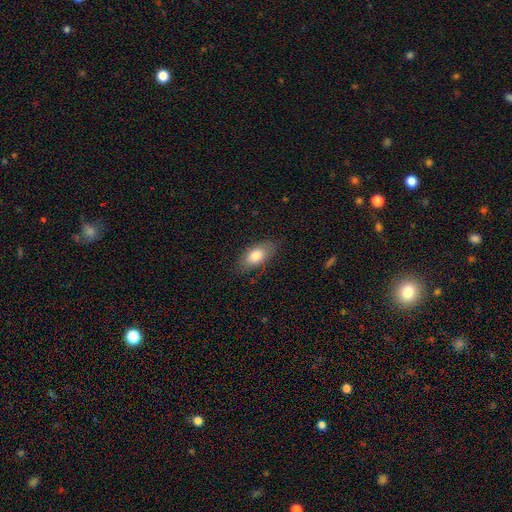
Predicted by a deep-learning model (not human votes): smooth-or-featured: smooth: 80% | featured or disk: 14% | star or artifact: 7%
  how-rounded: in between: 89% | cigar-shaped: 6% | round: 4%
  merging: none: 81% | minor disturbance: 14% | major disturbance: 3% | merger: 1%